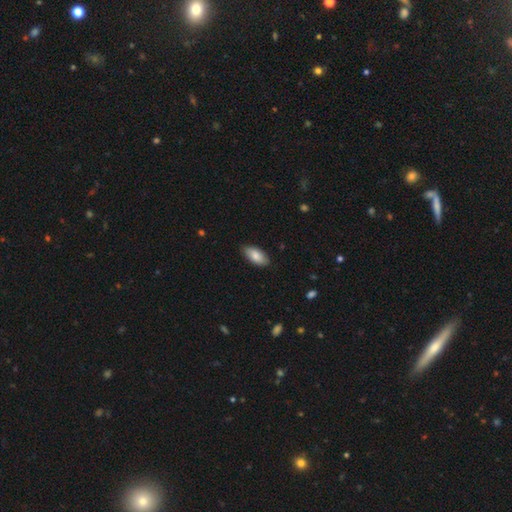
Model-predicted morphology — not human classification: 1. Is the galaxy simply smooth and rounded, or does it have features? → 85% smooth, 10% featured or disk, 6% star or artifact.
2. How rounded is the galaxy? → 92% in between, 6% cigar-shaped, 2% round.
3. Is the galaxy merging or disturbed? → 84% none, 13% minor disturbance, 2% major disturbance, 1% merger.